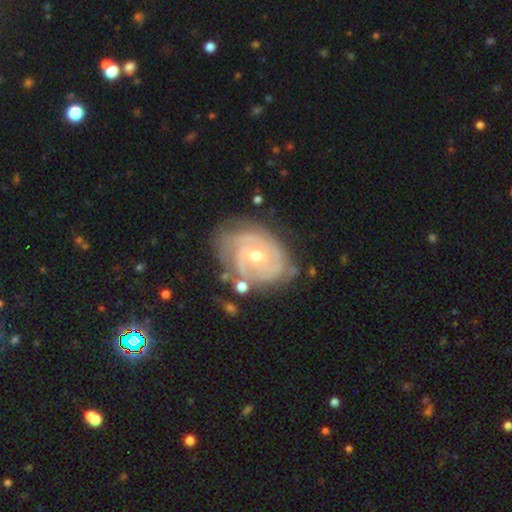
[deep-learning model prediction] A featured or disk galaxy (85%) with no bar (48%), tight (69%) spiral arms (94%) and a small central bulge (53%).

Vote fractions:
- Smooth or featured? featured or disk: 85% / smooth: 10% / star or artifact: 5%
- Edge-on disk? no: 97% / yes: 3%
- Bar? no: 48% / weak: 42% / strong: 10%
- Spiral arms? yes: 94% / no: 6%
- Spiral winding? tight: 69% / medium: 26% / loose: 6%
- Spiral arm count? can't tell: 31% / 2: 30% / 3: 24% / 4: 7% / 1: 5% / more than 4: 4%
- Bulge size? small: 53% / moderate: 45% / large: 1% / none: 1% / dominant: 1%
- Merging? none: 59% / minor disturbance: 26% / major disturbance: 11% / merger: 5%